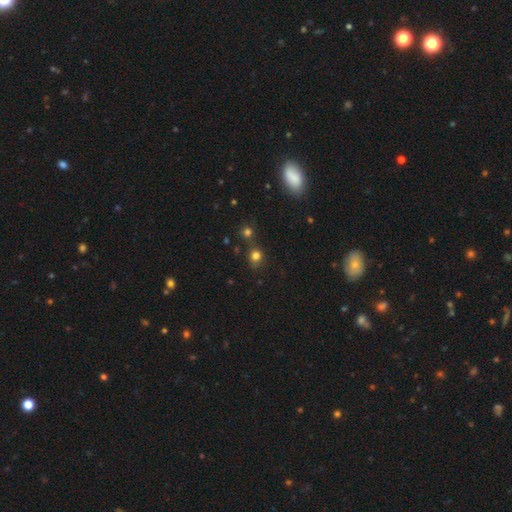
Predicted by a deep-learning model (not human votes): This appears to be a smooth galaxy with no disk features (75%) that is round (75%). Merging: none (60%).